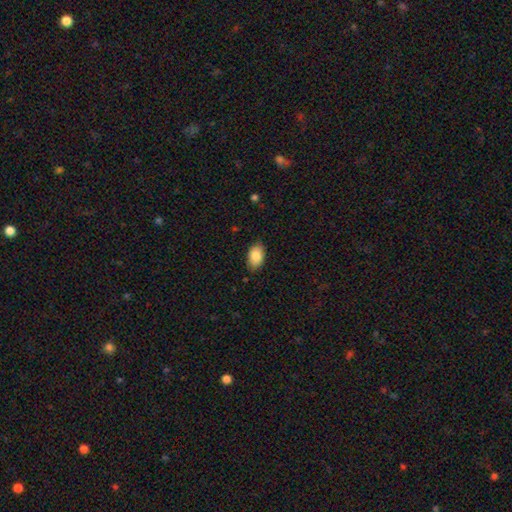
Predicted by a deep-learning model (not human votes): This is clearly a smooth galaxy (87%). How rounded: clearly in between (91%). Merging: clearly none (84%).